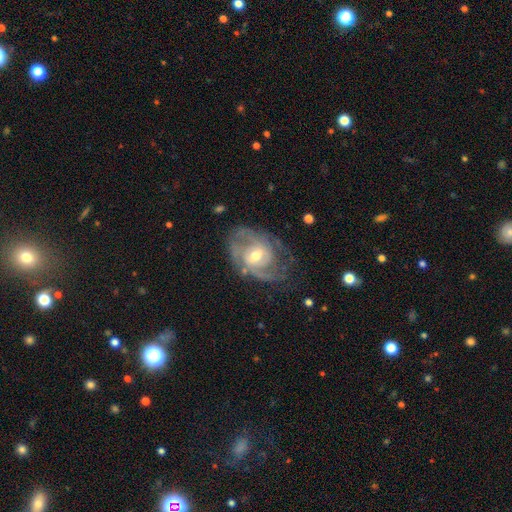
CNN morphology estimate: A featured or disk galaxy (84%) with no bar (48%), 2 (44%) tight (48%) spiral arms (90%) and a moderate central bulge (60%).

Vote fractions:
- Smooth or featured? featured or disk: 84% / smooth: 11% / star or artifact: 5%
- Edge-on disk? no: 97% / yes: 3%
- Bar? no: 48% / weak: 42% / strong: 10%
- Spiral arms? yes: 90% / no: 10%
- Spiral winding? tight: 48% / medium: 38% / loose: 13%
- Spiral arm count? 2: 44% / can't tell: 30% / 3: 13% / 1: 6% / 4: 4% / more than 4: 3%
- Bulge size? moderate: 60% / small: 34% / large: 4% / none: 1% / dominant: 1%
- Merging? none: 59% / minor disturbance: 23% / major disturbance: 16% / merger: 2%